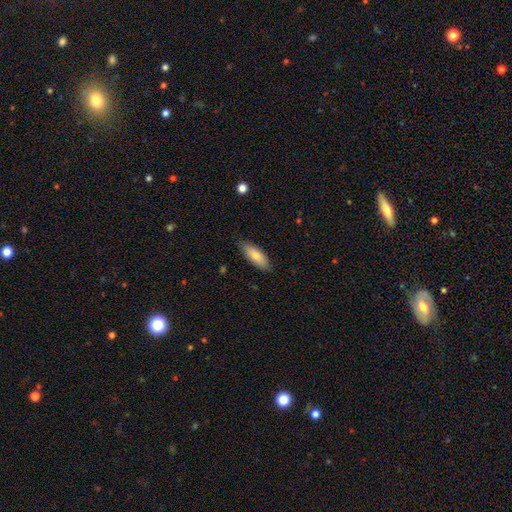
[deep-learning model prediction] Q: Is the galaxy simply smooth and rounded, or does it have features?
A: smooth — 82%.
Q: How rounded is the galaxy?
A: in between — 70%.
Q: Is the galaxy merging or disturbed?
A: none — 84%.